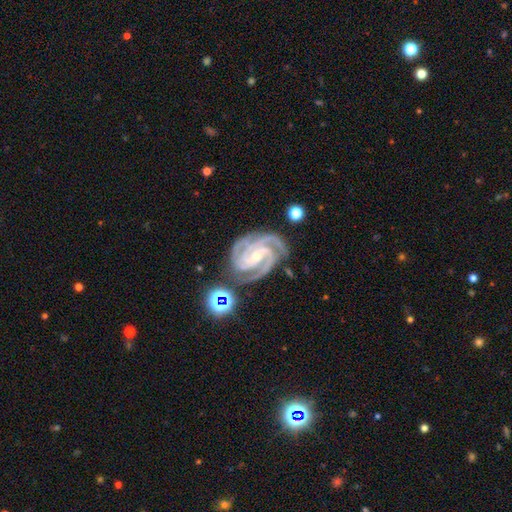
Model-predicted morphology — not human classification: The model was most divided on "bar": no: 41%, weak: 36%, strong: 22%. More confident: spiral arms — yes (99%); edge-on disk — no (98%); smooth or featured — featured or disk (93%); merging — none (73%); spiral winding — tight (68%); bulge size — small (68%); spiral arm count — 3 (52%).